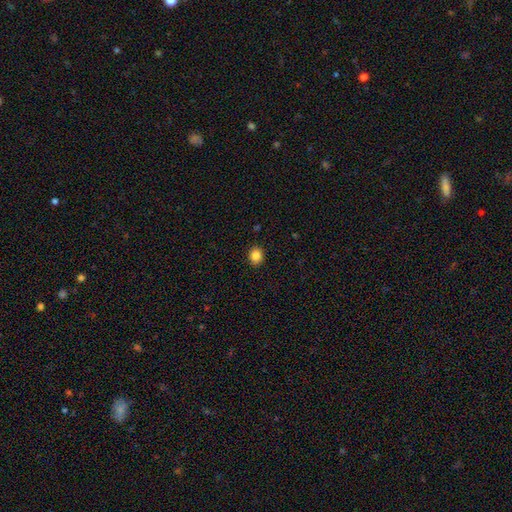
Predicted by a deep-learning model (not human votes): Overall: smooth (84%). How rounded: round (65%; in between 34%). Merging: none (91%).